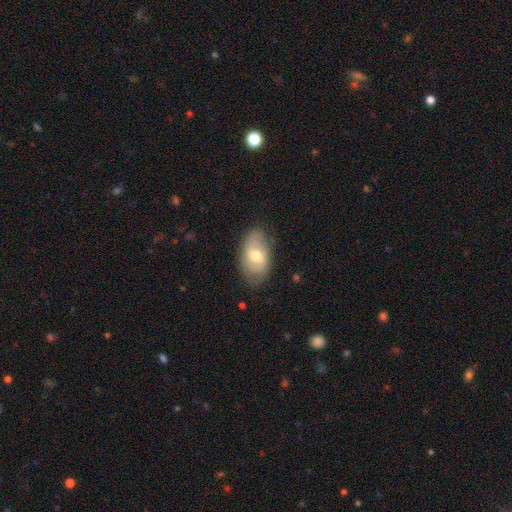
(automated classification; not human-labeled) Smooth or featured? smooth (55%)
How rounded? in between (91%)
Merging? none (77%)